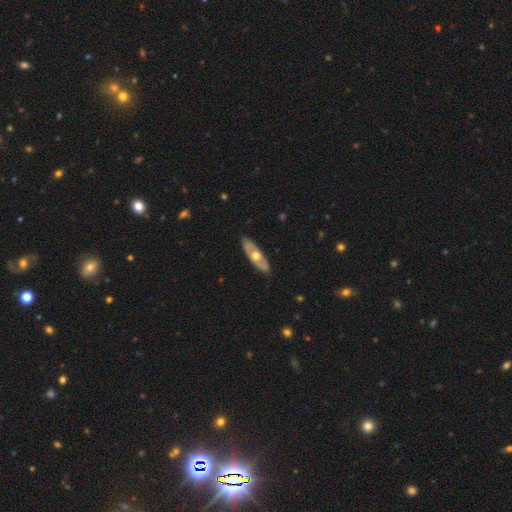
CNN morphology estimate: Smooth or featured? featured or disk (56%)
Edge-on disk? no (63%)
Merging? none (88%)